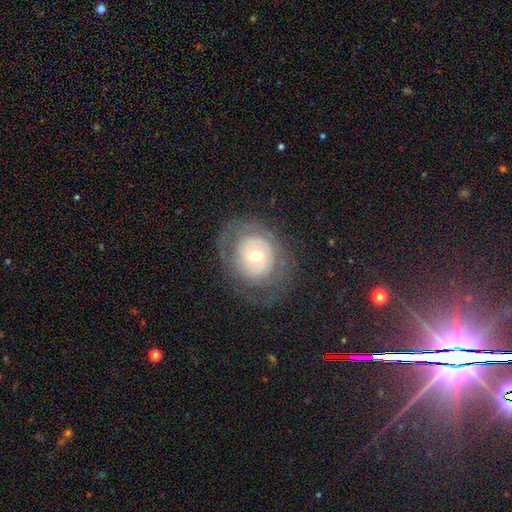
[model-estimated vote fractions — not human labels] Smooth or featured? Predicted: featured or disk (p=0.62). Edge-on disk? Predicted: no (p=0.95). Bar? Predicted: no (p=0.75). Spiral arms? Predicted: no (p=0.51). Bulge size? Predicted: moderate (p=0.58). Merging? Predicted: none (p=0.67).